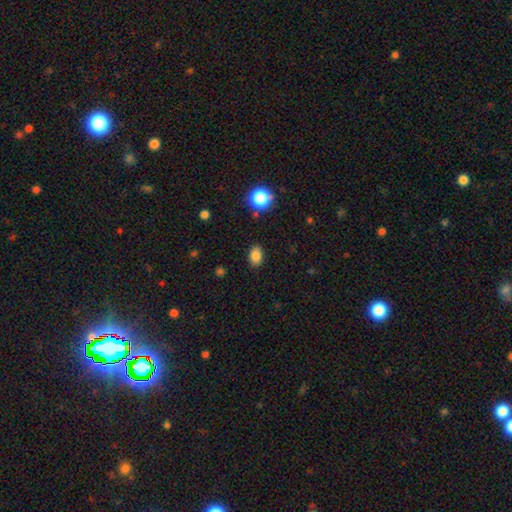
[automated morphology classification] The model was most divided on "how rounded": in between: 78%, round: 21%, cigar-shaped: 1%. More confident: merging — none (86%); smooth or featured — smooth (84%).